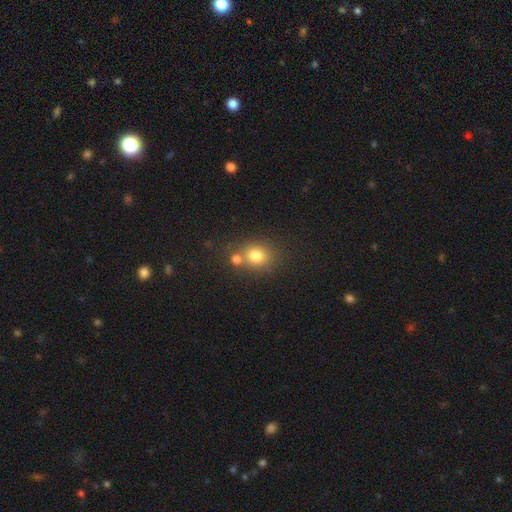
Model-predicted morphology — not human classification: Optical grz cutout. It shows a smooth galaxy with no disk features (78%) that is round (73%). Merging: none (57%).